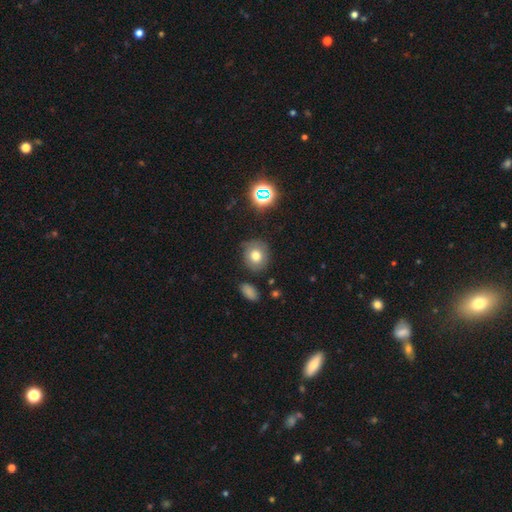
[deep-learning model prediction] This is likely a smooth galaxy (72%). How rounded: clearly round (81%). Merging: likely none (78%).